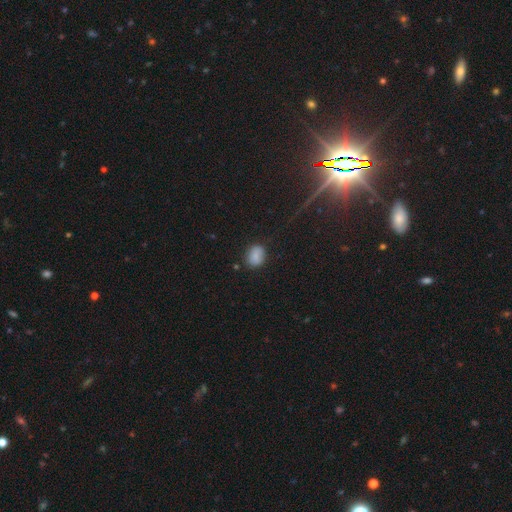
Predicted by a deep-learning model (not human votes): smooth-or-featured: smooth: 84% | star or artifact: 10% | featured or disk: 6%
  how-rounded: in between: 56% | round: 43% | cigar-shaped: 1%
  merging: none: 78% | minor disturbance: 16% | major disturbance: 4% | merger: 2%